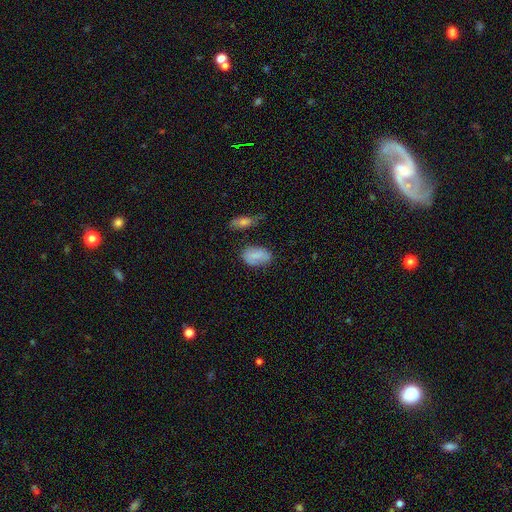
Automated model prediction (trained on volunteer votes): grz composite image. It shows a smooth galaxy with no disk features (77%) that is in between round and cigar-shaped (89%). Merging: none (65%).